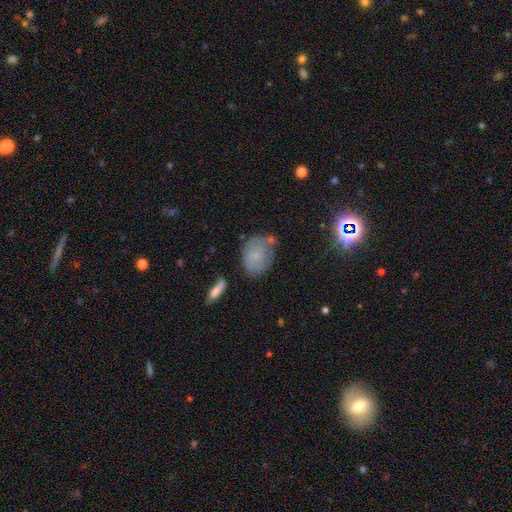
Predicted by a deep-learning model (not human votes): smooth 67%, featured or disk 20%, star or artifact 12%. Down the decision tree: how rounded — in between (58%); merging — none (55%).